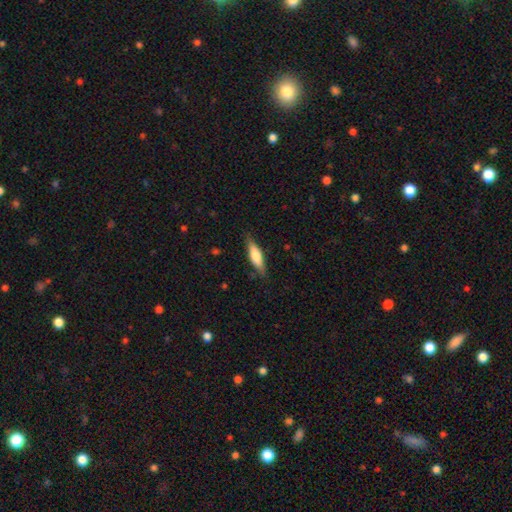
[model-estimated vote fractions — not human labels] smooth_or_featured: smooth (p=0.63) [alt: featured or disk p=0.31]
how_rounded: cigar-shaped (p=0.60) [alt: in between p=0.38]
merging: none (p=0.83) [alt: minor disturbance p=0.13]